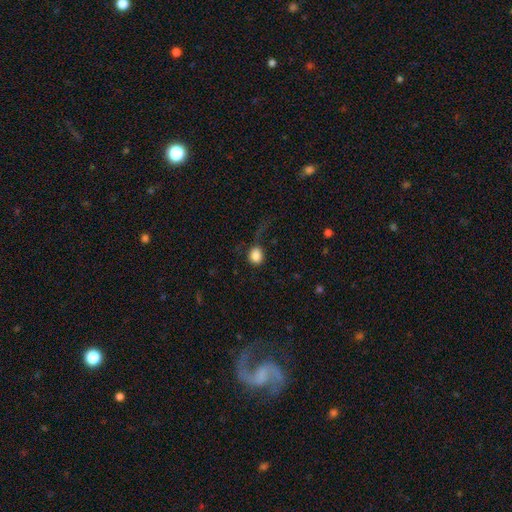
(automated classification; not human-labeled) smooth-or-featured: smooth: 85% | star or artifact: 9% | featured or disk: 6%
  how-rounded: round: 68% | in between: 31% | cigar-shaped: 1%
  merging: none: 50% | major disturbance: 26% | minor disturbance: 20% | merger: 4%